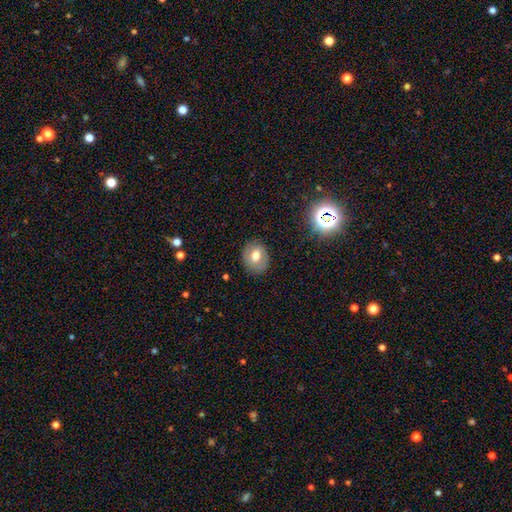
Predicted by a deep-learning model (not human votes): A smooth galaxy with no disk features (63%) that is round (55%). Merging: none (83%).